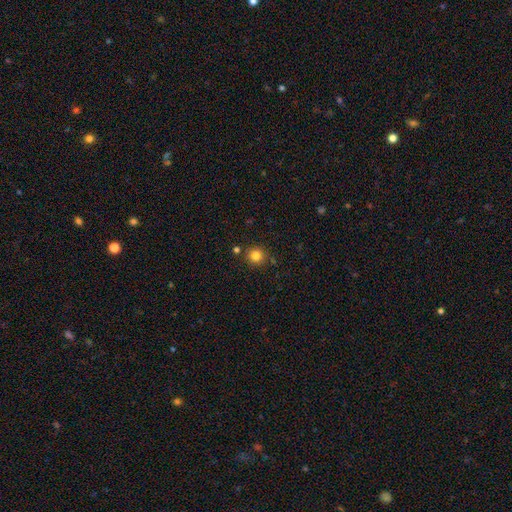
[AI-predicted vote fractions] smooth-or-featured: smooth: 82% | star or artifact: 13% | featured or disk: 6%
  how-rounded: round: 94% | in between: 6% | cigar-shaped: 1%
  merging: none: 86% | minor disturbance: 7% | merger: 5% | major disturbance: 2%